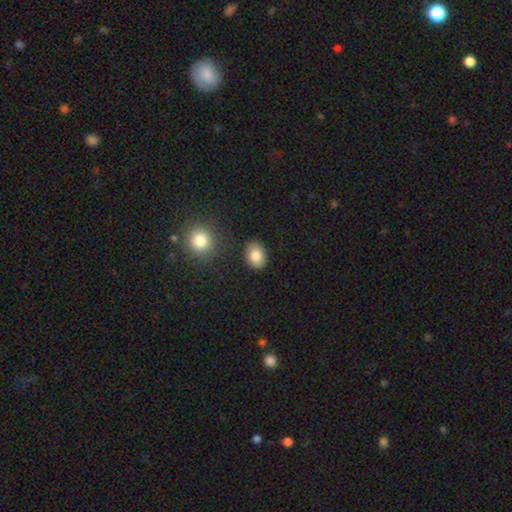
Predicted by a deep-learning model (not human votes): The model was most divided on "how rounded": in between: 68%, round: 31%, cigar-shaped: 1%. More confident: merging — none (85%); smooth or featured — smooth (84%).